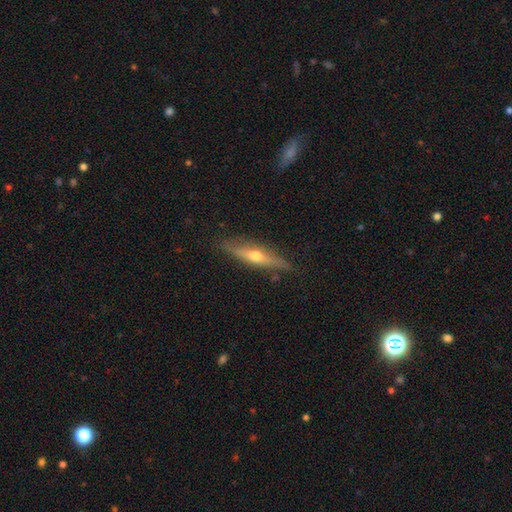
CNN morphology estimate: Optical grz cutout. It shows a featured or disk galaxy (61%) viewed edge-on (92%) with a rounded central bulge (90%). Merging: none (84%).